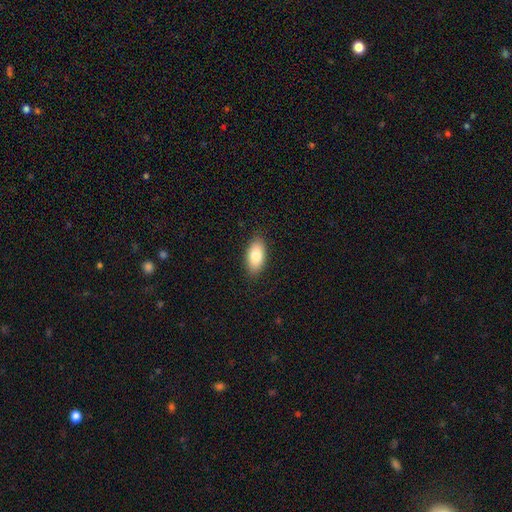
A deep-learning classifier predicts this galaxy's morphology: The model was most divided on "smooth or featured": smooth: 82%, featured or disk: 11%, star or artifact: 7%. More confident: how rounded — in between (91%); merging — none (88%).